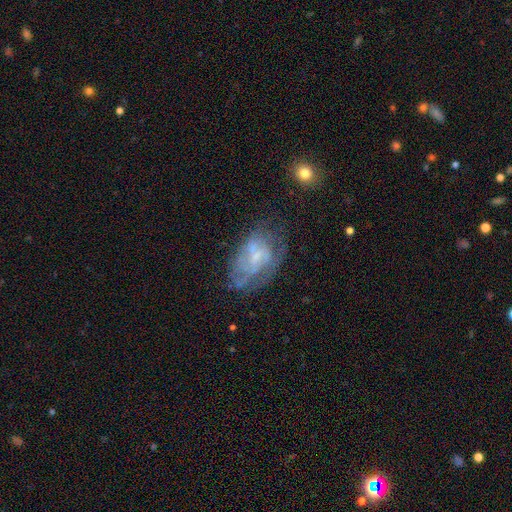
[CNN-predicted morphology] This is likely a featured or disk galaxy (65%). It is clearly not viewed edge-on (96%). Bar: possibly no (56%). Spiral arm pattern: likely yes (61%). Central bulge: possibly small (50%). Merging: possibly none (50%).